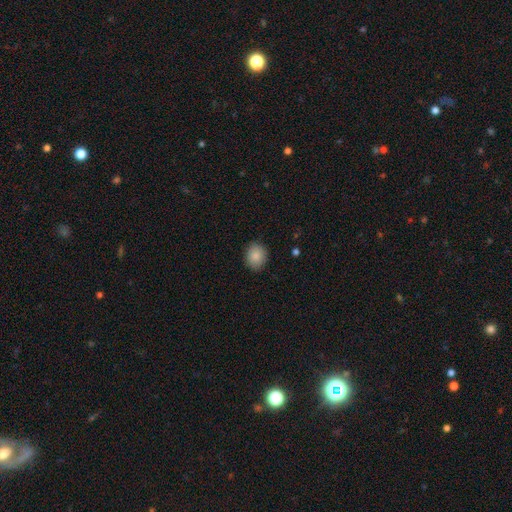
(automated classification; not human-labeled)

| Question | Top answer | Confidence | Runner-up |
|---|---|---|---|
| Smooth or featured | smooth | 86% | star or artifact (8%) |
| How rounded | round | 61% | in between (39%) |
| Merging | none | 88% | minor disturbance (9%) |